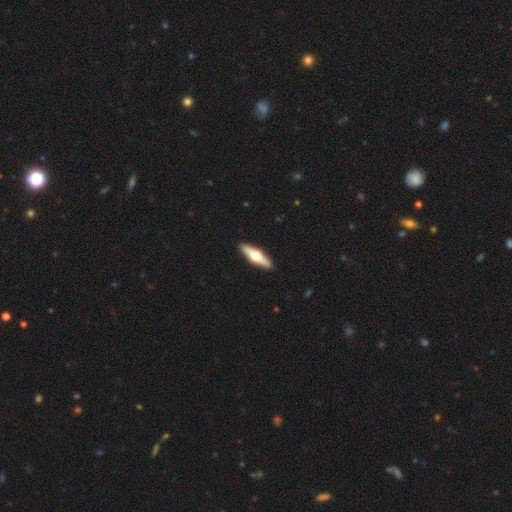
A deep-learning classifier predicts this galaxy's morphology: The model was most divided on "smooth or featured": featured or disk: 59%, smooth: 36%, star or artifact: 5%. More confident: edge-on bulge — rounded (96%); edge-on disk — yes (94%); merging — none (92%).